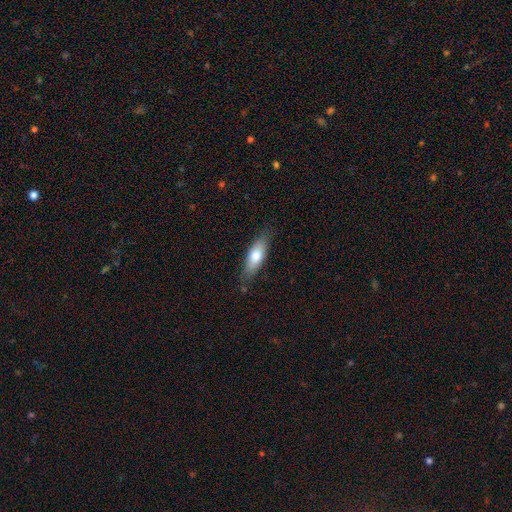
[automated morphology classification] Q: Smooth or featured?
A: smooth (70%); runner-up: featured or disk (24%)
Q: How rounded?
A: in between (61%); runner-up: cigar-shaped (36%)
Q: Merging?
A: none (80%); runner-up: minor disturbance (16%)